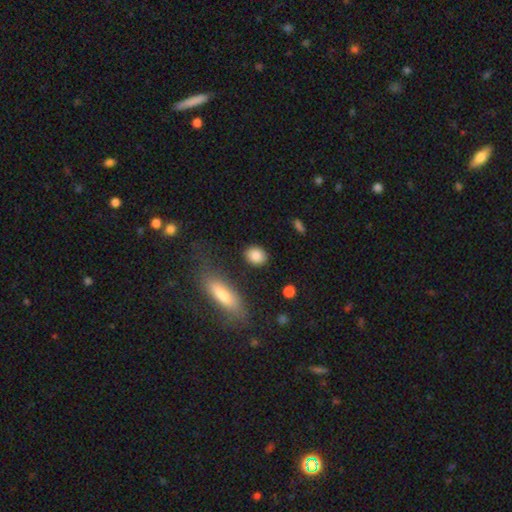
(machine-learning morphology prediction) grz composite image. It shows a smooth galaxy with no disk features (87%) that is round (53%). Merging: none (85%).